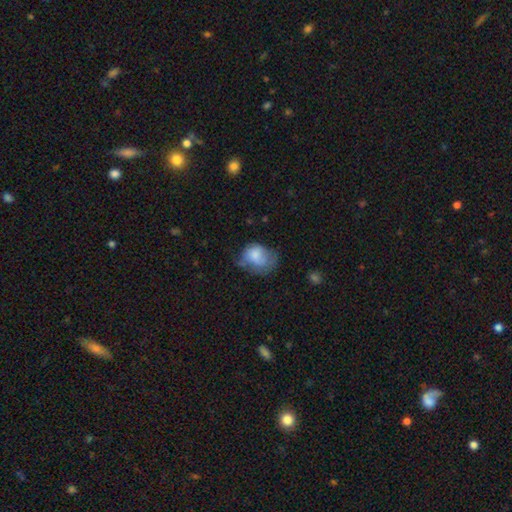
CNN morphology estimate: smooth_or_featured: smooth (p=0.72) [alt: featured or disk p=0.19]
how_rounded: in between (p=0.59) [alt: round p=0.40]
merging: minor disturbance (p=0.36) [alt: major disturbance p=0.30]